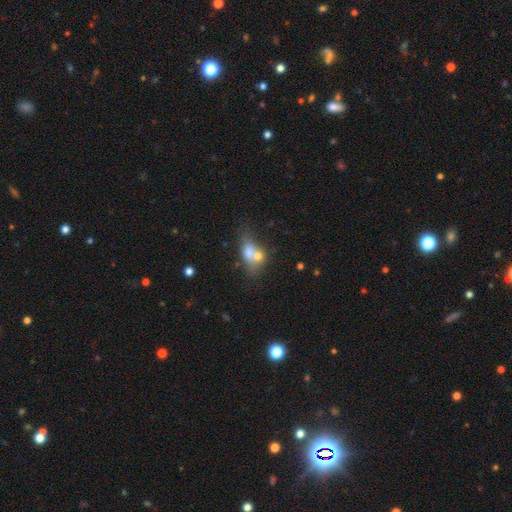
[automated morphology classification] smooth-or-featured: smooth: 63% | featured or disk: 26% | star or artifact: 11%
  how-rounded: in between: 66% | round: 29% | cigar-shaped: 5%
  merging: merger: 59% | none: 24% | minor disturbance: 10% | major disturbance: 7%